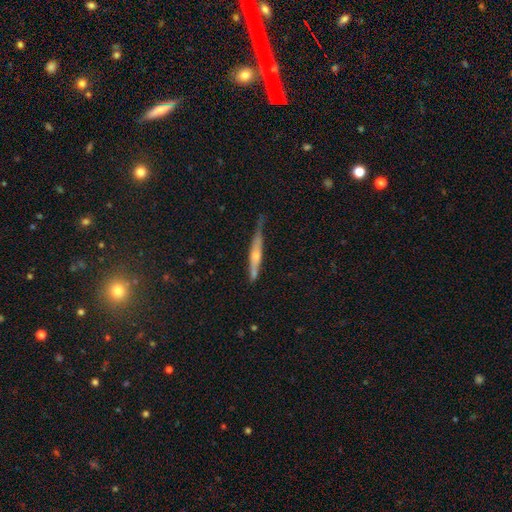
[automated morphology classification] smooth-or-featured: featured or disk: 56% | smooth: 38% | star or artifact: 6%
  disk-edge-on: yes: 92% | no: 8%
    edge-on-bulge: rounded: 71% | none: 21% | boxy: 8%
  merging: none: 56% | minor disturbance: 32% | major disturbance: 8% | merger: 4%